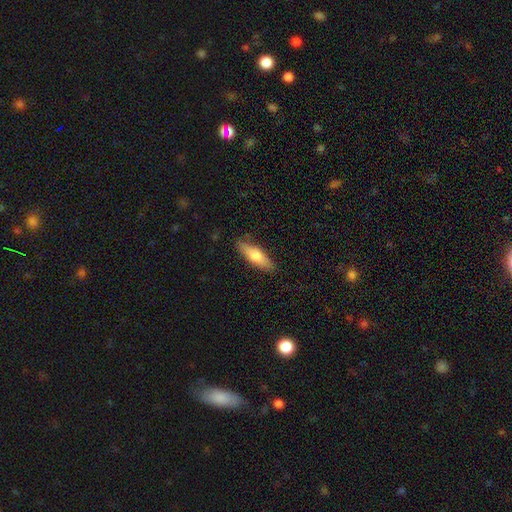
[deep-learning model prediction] Morphology: type=smooth (60%); roundness=cigar-shaped (56%); merging=none (86%).